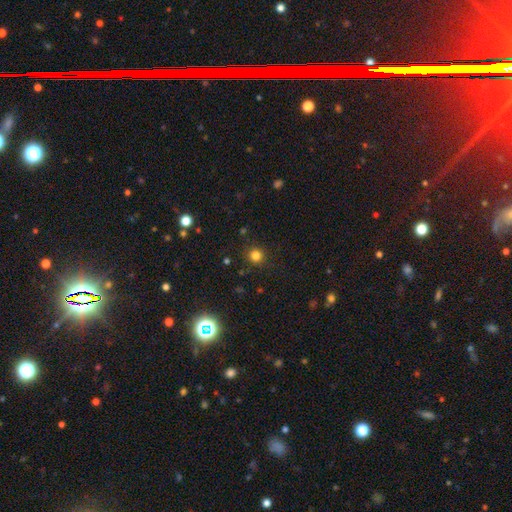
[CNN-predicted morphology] Smooth or featured? Predicted: smooth (p=0.81). How rounded? Predicted: round (p=0.93). Merging? Predicted: none (p=0.89).